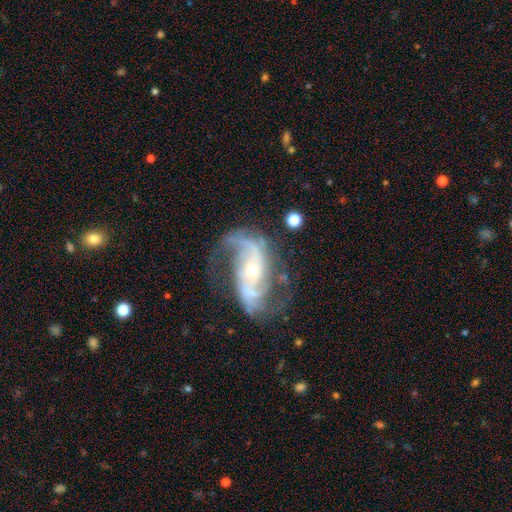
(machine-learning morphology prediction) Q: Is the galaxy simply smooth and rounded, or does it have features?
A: featured or disk — 90%.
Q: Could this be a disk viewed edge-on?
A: no — 96%.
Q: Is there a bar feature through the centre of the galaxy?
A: no — 49%.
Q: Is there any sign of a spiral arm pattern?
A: yes — 97%.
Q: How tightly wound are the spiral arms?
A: loose — 46%.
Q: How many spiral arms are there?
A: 2 — 79%.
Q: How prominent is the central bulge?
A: small — 62%.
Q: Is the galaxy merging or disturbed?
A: none — 61%.